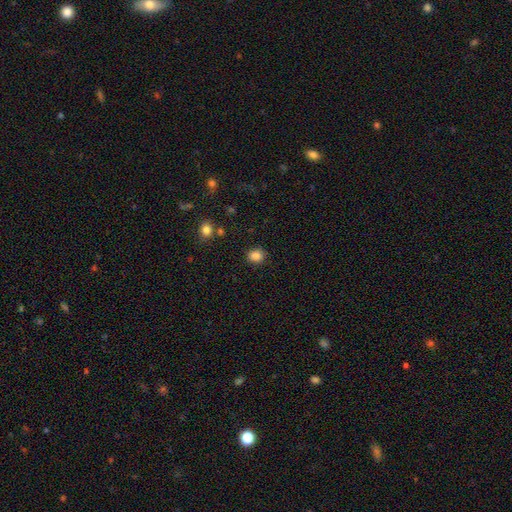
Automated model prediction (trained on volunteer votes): Morphology: type=smooth (86%); roundness=round (69%); merging=none (87%).